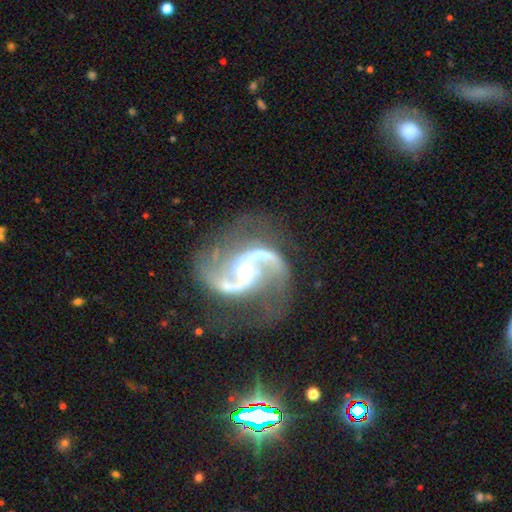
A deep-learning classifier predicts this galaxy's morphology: Smooth or featured?
  - featured or disk: 92% *
  - star or artifact: 5%
  - smooth: 3%
Edge-on disk?
  - no: 98% *
  - yes: 2%
Bar?
  - weak: 36% *
  - strong: 32%
  - no: 32%
Spiral arms?
  - yes: 98% *
  - no: 2%
Spiral winding?
  - loose: 63% *
  - medium: 31%
  - tight: 6%
Spiral arm count?
  - 2: 92% *
  - 1: 2%
  - 3: 2%
  - can't tell: 2%
  - 4: 1%
  - more than 4: 1%
Bulge size?
  - moderate: 50% *
  - small: 43%
  - large: 3%
  - none: 2%
  - dominant: 1%
Merging?
  - none: 58% *
  - major disturbance: 18%
  - minor disturbance: 17%
  - merger: 8%